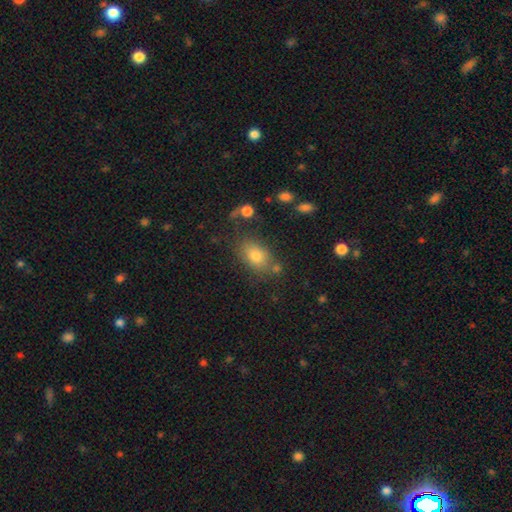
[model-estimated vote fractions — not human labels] smooth-or-featured: smooth: 78% | featured or disk: 12% | star or artifact: 11%
  how-rounded: in between: 81% | round: 17% | cigar-shaped: 2%
  merging: none: 71% | minor disturbance: 15% | merger: 8% | major disturbance: 6%